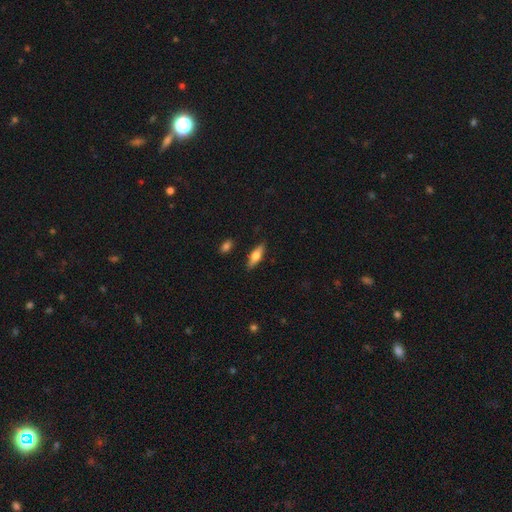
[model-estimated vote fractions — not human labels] Overall: smooth (55%; featured or disk 39%). How rounded: cigar-shaped (50%; in between 47%). Merging: none (86%).